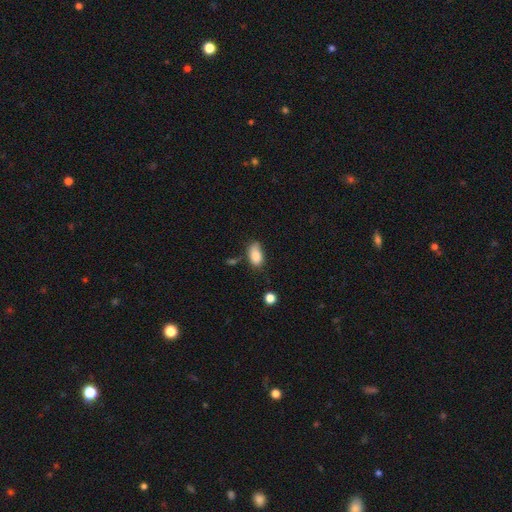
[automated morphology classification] smooth_or_featured: smooth (p=0.85) [alt: star or artifact p=0.08]
how_rounded: in between (p=0.92) [alt: round p=0.05]
merging: none (p=0.56) [alt: minor disturbance p=0.32]